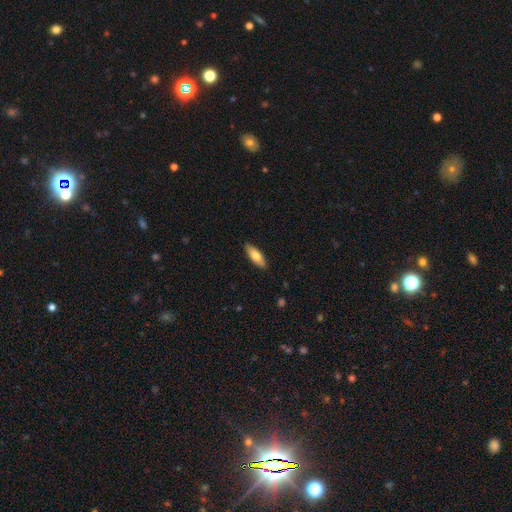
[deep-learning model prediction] The model was most divided on "how rounded": in between: 58%, cigar-shaped: 40%, round: 2%. More confident: merging — none (88%); smooth or featured — smooth (75%).